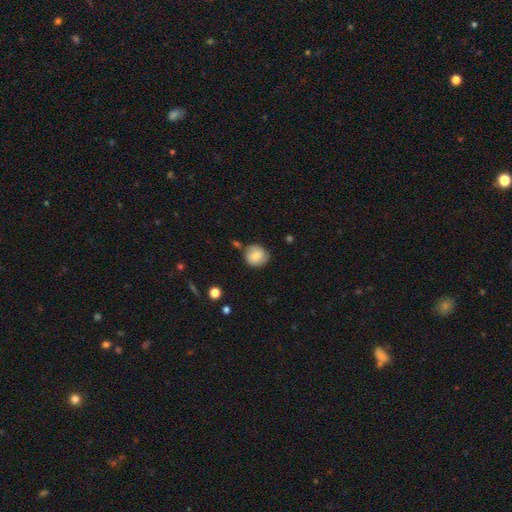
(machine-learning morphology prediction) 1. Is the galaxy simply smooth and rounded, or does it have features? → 72% smooth, 20% featured or disk, 8% star or artifact.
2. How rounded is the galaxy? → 86% round, 13% in between, 1% cigar-shaped.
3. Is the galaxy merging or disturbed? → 70% none, 18% minor disturbance, 8% merger, 4% major disturbance.